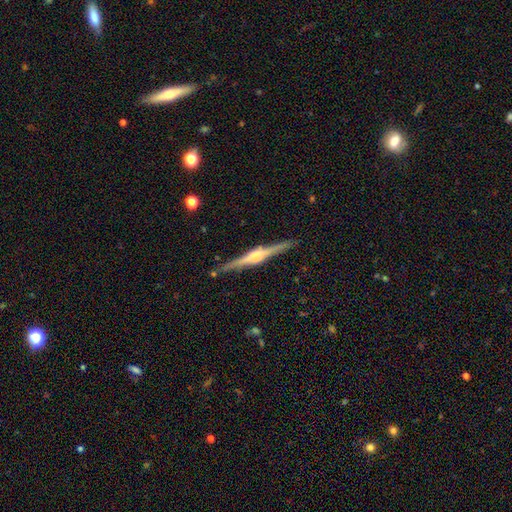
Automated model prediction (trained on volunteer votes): Smooth or featured: featured or disk — 84% (smooth — 11%)
Edge-on disk: yes — 98% (no — 2%)
Edge-on bulge: rounded — 82% (boxy — 14%)
Merging: none — 90% (minor disturbance — 7%)